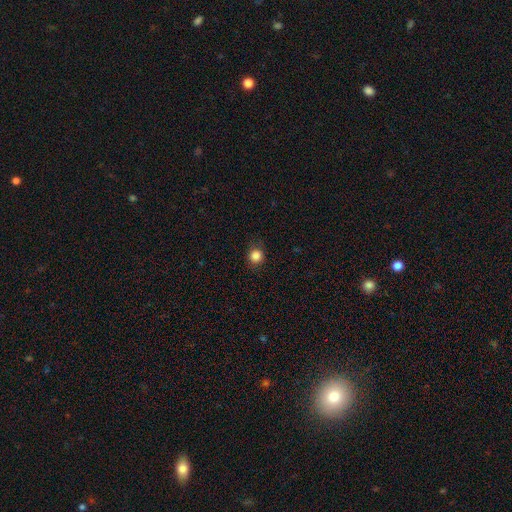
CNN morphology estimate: This is clearly a smooth galaxy (85%). How rounded: clearly round (87%). Merging: clearly none (85%).